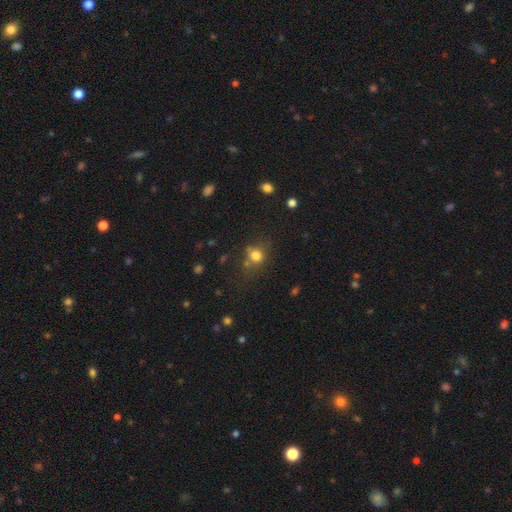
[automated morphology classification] type=smooth (74%); roundness=round (71%); merging=none (57%).